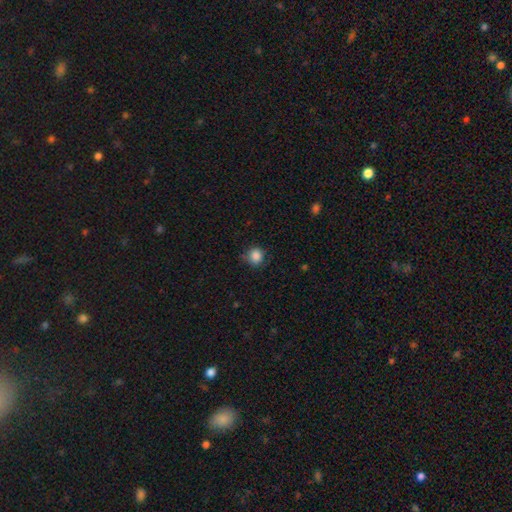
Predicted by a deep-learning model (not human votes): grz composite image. It shows a smooth galaxy with no disk features (86%) that is round (90%). Merging: none (79%).